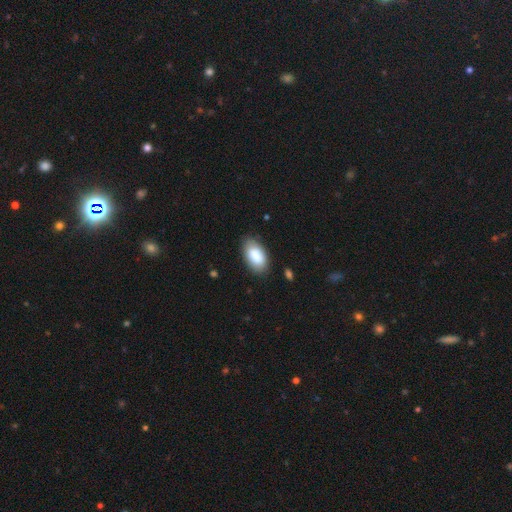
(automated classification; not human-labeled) This appears to be a smooth galaxy with no disk features (87%) that is in between round and cigar-shaped (95%). Merging: none (83%).